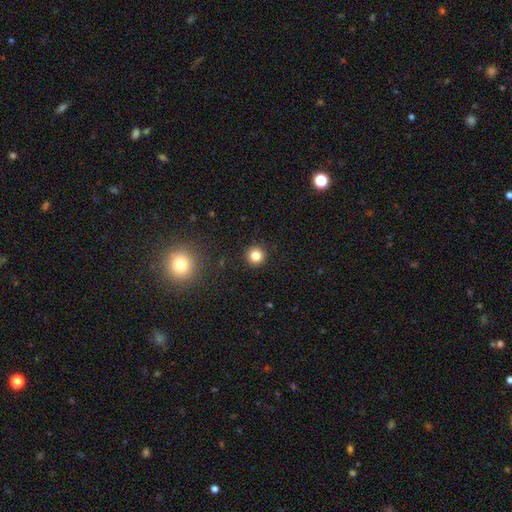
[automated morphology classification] Smooth or featured: smooth — 82% (star or artifact — 13%)
How rounded: round — 95% (in between — 4%)
Merging: none — 92% (minor disturbance — 5%)